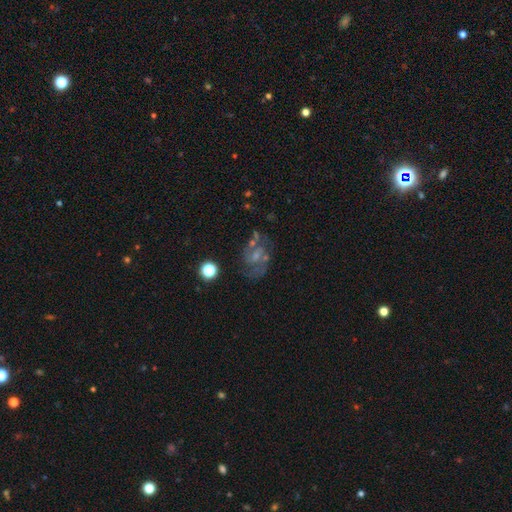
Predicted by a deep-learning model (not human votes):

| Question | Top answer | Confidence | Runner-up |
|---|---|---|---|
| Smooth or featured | featured or disk | 64% | smooth (20%) |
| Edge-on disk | no | 97% | yes (3%) |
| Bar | no | 50% | weak (40%) |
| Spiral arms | yes | 72% | no (28%) |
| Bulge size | small | 48% | none (25%) |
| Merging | none | 49% | major disturbance (21%) |